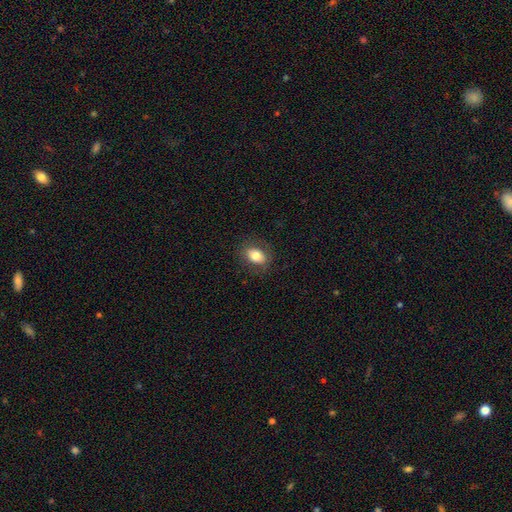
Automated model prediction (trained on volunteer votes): This is likely a smooth galaxy (78%). How rounded: likely in between (78%). Merging: clearly none (84%).